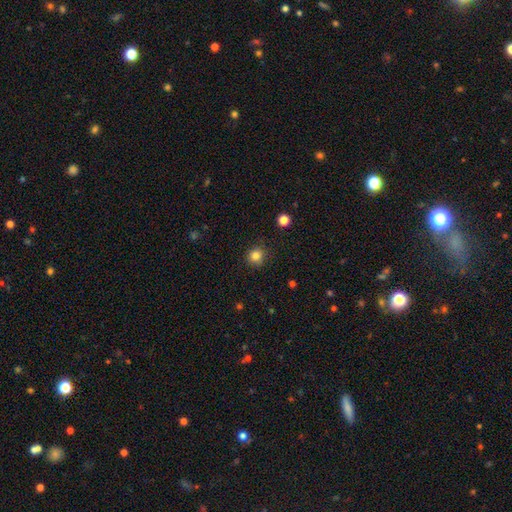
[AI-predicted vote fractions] This appears to be a smooth galaxy with no disk features (82%) that is round (90%). Merging: none (87%).